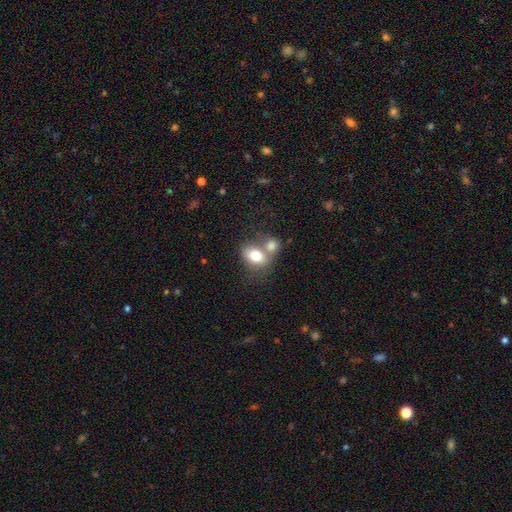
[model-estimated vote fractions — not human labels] Morphology: type=smooth (75%); roundness=in between (65%); merging=merger (50%).